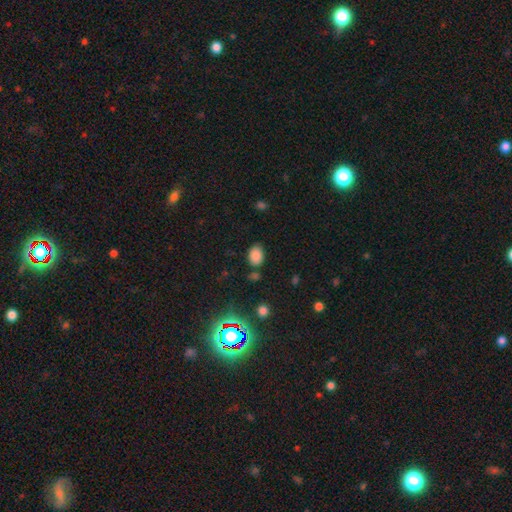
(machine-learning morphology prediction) type=smooth (81%); roundness=in between (79%); merging=none (73%).